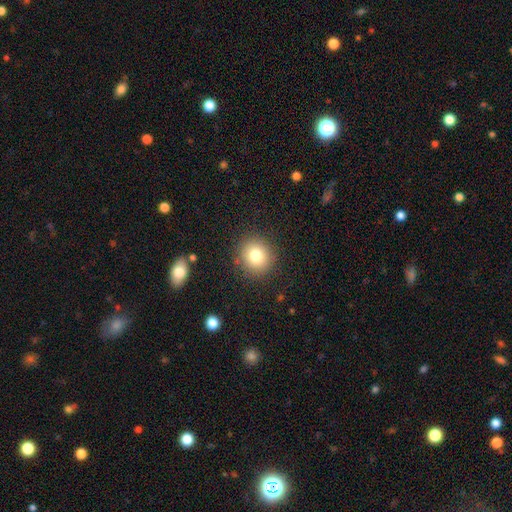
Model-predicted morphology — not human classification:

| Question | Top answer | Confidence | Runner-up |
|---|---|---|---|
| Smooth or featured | smooth | 79% | star or artifact (12%) |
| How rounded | round | 88% | in between (11%) |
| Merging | none | 88% | minor disturbance (8%) |